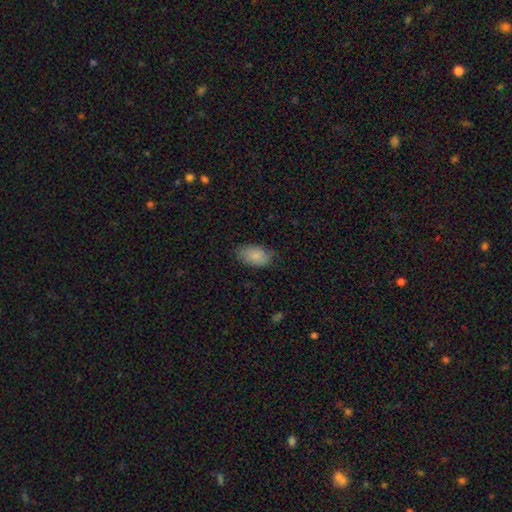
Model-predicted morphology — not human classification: smooth_or_featured: smooth (p=0.87) [alt: featured or disk p=0.07]
how_rounded: in between (p=0.93) [alt: round p=0.05]
merging: none (p=0.79) [alt: minor disturbance p=0.17]